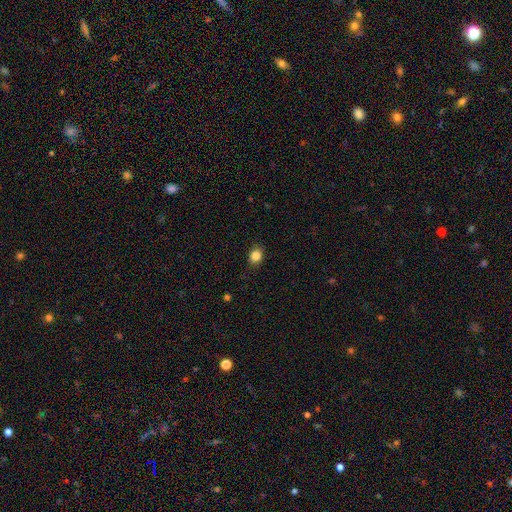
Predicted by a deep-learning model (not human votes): The model was most divided on "how rounded": round: 53%, in between: 46%, cigar-shaped: 1%. More confident: merging — none (86%); smooth or featured — smooth (85%).